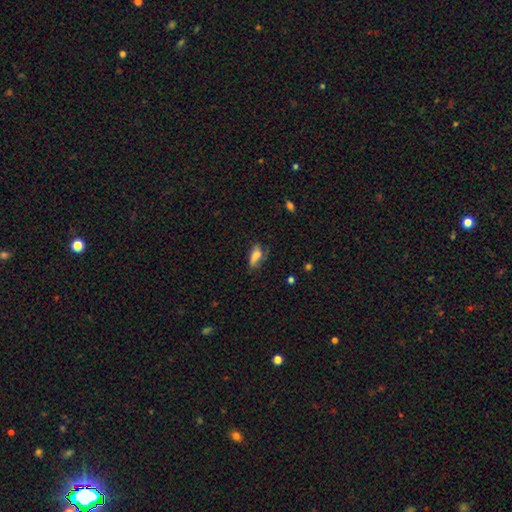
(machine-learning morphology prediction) Smooth or featured: smooth — 75% (featured or disk — 16%)
How rounded: in between — 75% (cigar-shaped — 21%)
Merging: none — 49% (minor disturbance — 32%)